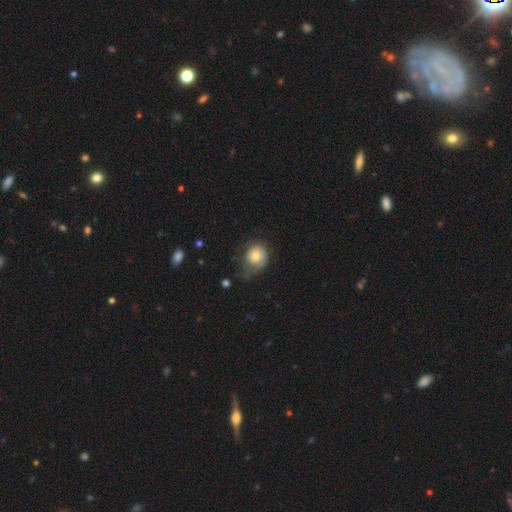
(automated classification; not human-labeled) Overall: smooth (72%). How rounded: round (72%). Merging: none (38%; minor disturbance 34%).